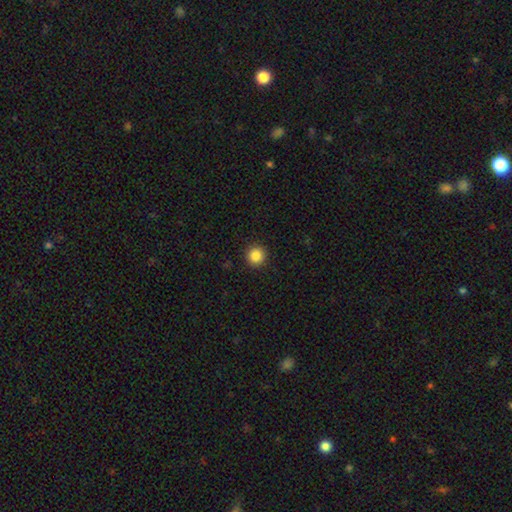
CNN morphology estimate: This is clearly a smooth galaxy (86%). How rounded: clearly round (95%). Merging: clearly none (93%).